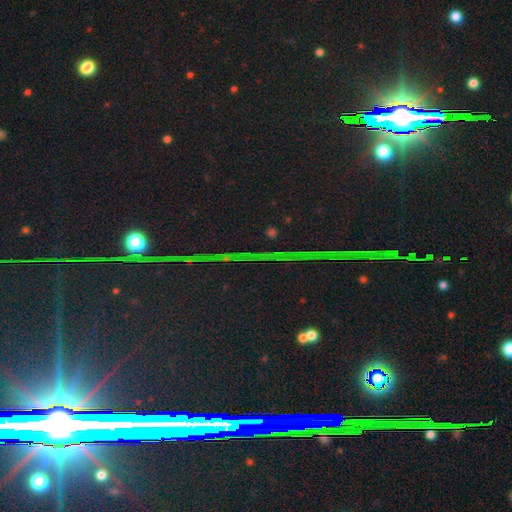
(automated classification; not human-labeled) A star or artifact, not a galaxy (85%).

Vote fractions:
- Smooth or featured? star or artifact: 85% / featured or disk: 7% / smooth: 7%